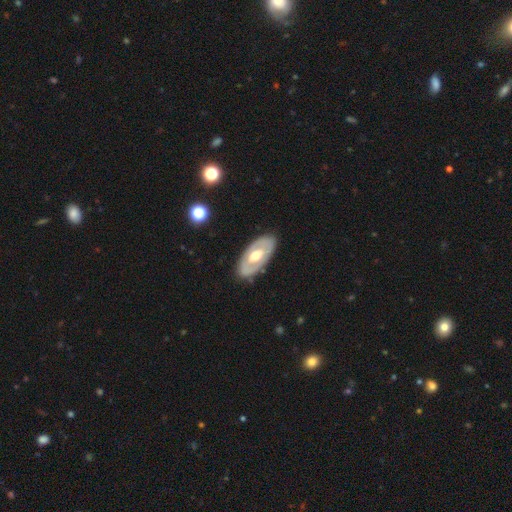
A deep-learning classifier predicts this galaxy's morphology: Q: Smooth or featured?
A: featured or disk (62%); runner-up: smooth (34%)
Q: Edge-on disk?
A: no (87%); runner-up: yes (13%)
Q: Bar?
A: no (68%); runner-up: weak (23%)
Q: Spiral arms?
A: no (78%); runner-up: yes (22%)
Q: Bulge size?
A: moderate (74%); runner-up: large (14%)
Q: Merging?
A: none (85%); runner-up: minor disturbance (11%)